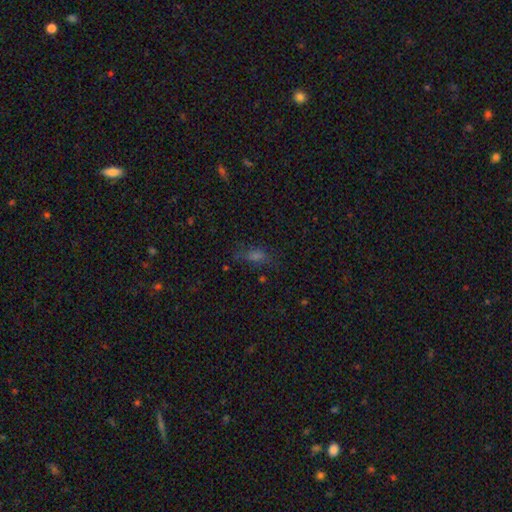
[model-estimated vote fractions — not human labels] Smooth or featured? Predicted: smooth (p=0.48). Merging? Predicted: none (p=0.65).